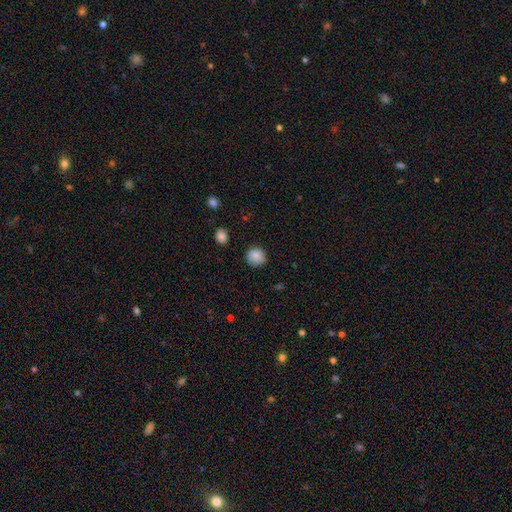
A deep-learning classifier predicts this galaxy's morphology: smooth 86%, star or artifact 8%, featured or disk 6%. Down the decision tree: how rounded — round (90%); merging — none (84%).